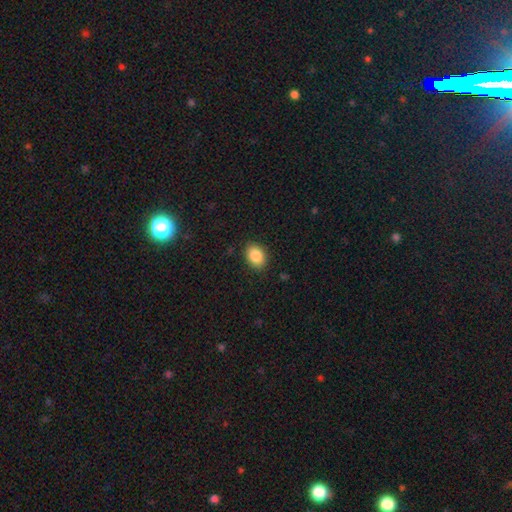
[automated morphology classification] A smooth galaxy with no disk features (87%) that is in between round and cigar-shaped (69%).

Vote fractions:
- Smooth or featured? smooth: 87% / star or artifact: 8% / featured or disk: 5%
- How rounded? in between: 69% / round: 30% / cigar-shaped: 1%
- Merging? none: 88% / minor disturbance: 9% / major disturbance: 2% / merger: 1%